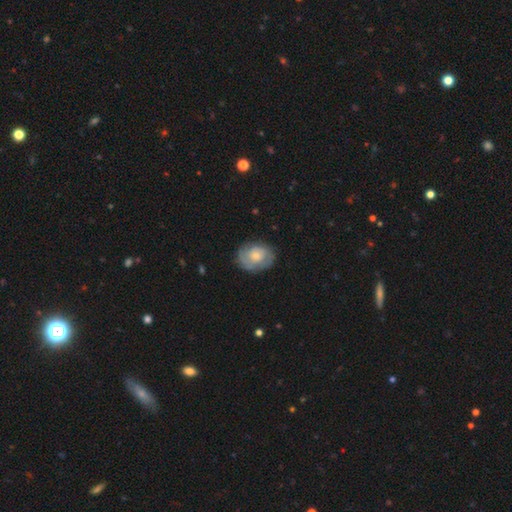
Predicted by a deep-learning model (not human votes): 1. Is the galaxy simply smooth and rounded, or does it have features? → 57% featured or disk, 37% smooth, 6% star or artifact.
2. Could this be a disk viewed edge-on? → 97% no, 3% yes.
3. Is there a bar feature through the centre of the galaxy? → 76% no, 21% weak, 3% strong.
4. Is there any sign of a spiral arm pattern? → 82% yes, 18% no.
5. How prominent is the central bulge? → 46% moderate, 39% small, 8% large, 5% none, 2% dominant.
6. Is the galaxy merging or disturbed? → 76% none, 17% minor disturbance, 5% major disturbance, 1% merger.